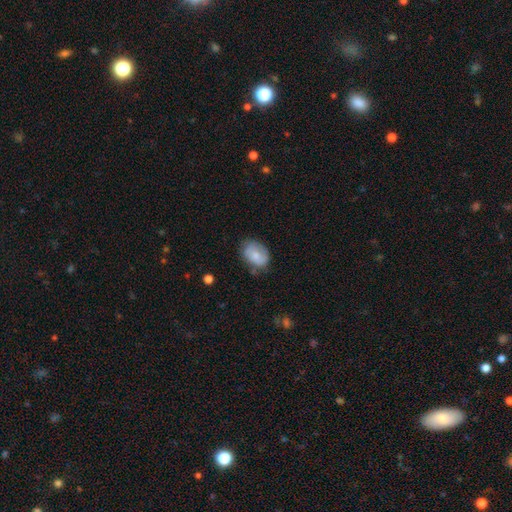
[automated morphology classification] type=smooth (67%); roundness=in between (75%); merging=none (61%).